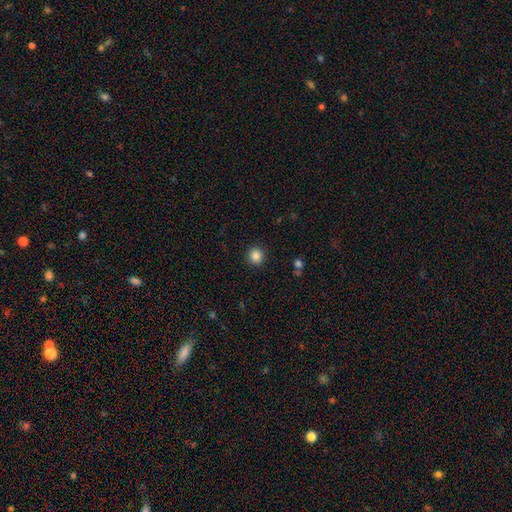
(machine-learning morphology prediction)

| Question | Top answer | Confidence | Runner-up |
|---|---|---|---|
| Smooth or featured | smooth | 85% | star or artifact (11%) |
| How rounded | round | 92% | in between (7%) |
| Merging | none | 91% | minor disturbance (5%) |